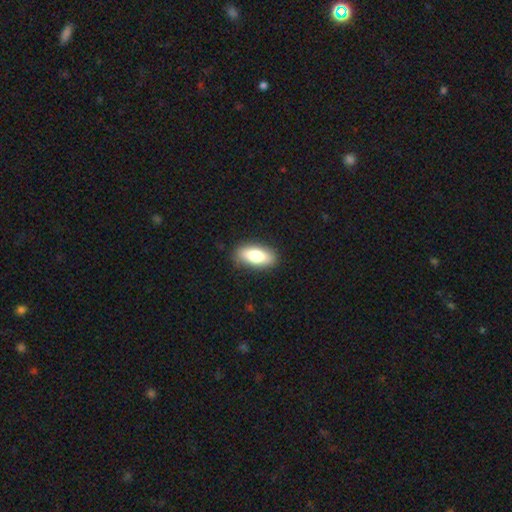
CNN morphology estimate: Overall: smooth (77%). How rounded: in between (83%). Merging: none (87%).